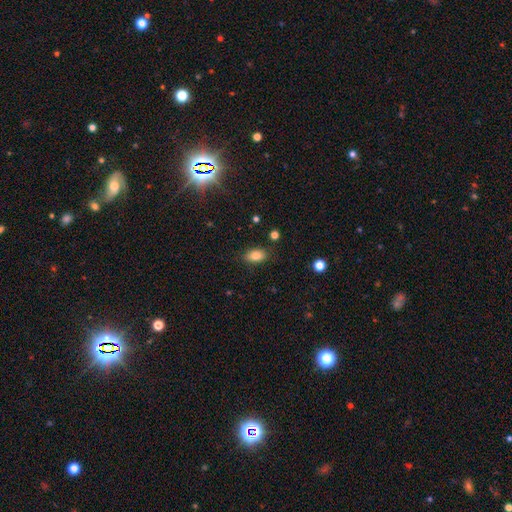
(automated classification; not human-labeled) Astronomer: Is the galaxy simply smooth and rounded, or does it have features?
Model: smooth — 83%.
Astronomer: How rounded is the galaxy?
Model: in between — 88%.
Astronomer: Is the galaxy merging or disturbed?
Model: none — 84%.